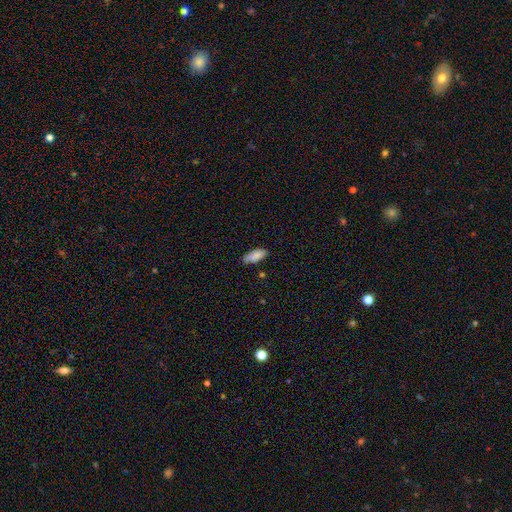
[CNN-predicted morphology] A smooth galaxy with no disk features (87%) that is in between round and cigar-shaped (75%).

Vote fractions:
- Smooth or featured? smooth: 87% / star or artifact: 7% / featured or disk: 6%
- How rounded? in between: 75% / cigar-shaped: 23% / round: 2%
- Merging? none: 76% / minor disturbance: 19% / major disturbance: 3% / merger: 2%